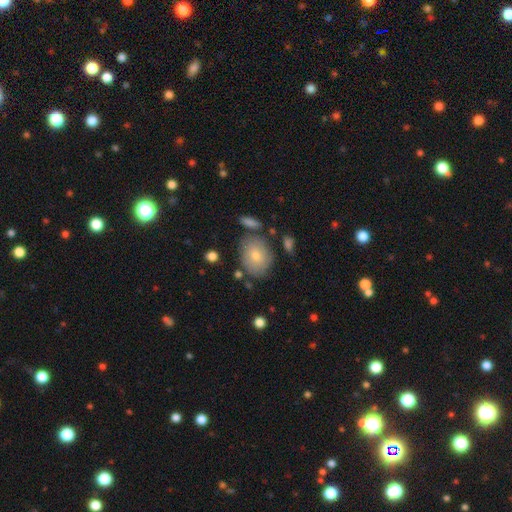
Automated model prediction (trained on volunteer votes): Smooth or featured? Predicted: smooth (p=0.75). How rounded? Predicted: in between (p=0.64). Merging? Predicted: none (p=0.71).